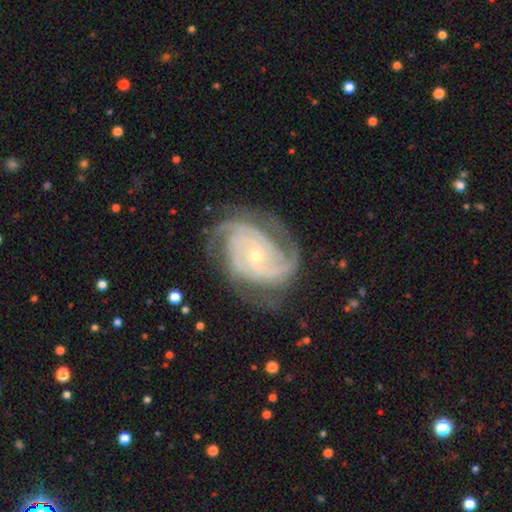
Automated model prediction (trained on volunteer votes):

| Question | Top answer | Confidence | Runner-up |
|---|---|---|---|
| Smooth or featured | featured or disk | 91% | star or artifact (4%) |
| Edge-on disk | no | 98% | yes (2%) |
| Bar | no | 72% | weak (21%) |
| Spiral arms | yes | 98% | no (2%) |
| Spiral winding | tight | 57% | medium (36%) |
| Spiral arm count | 3 | 37% | 2 (20%) |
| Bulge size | small | 72% | moderate (25%) |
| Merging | none | 69% | minor disturbance (19%) |